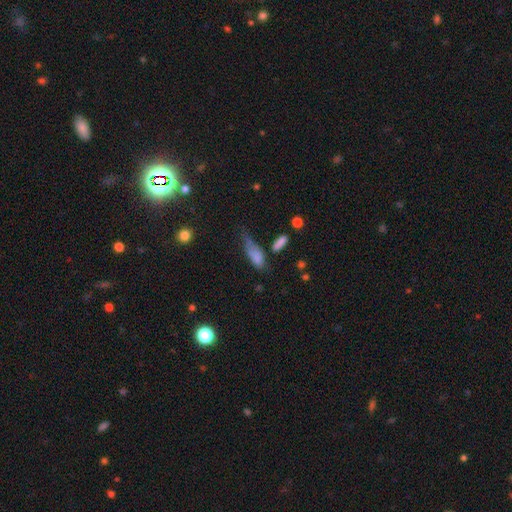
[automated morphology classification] smooth_or_featured: smooth (p=0.73) [alt: featured or disk p=0.15]
how_rounded: in between (p=0.73) [alt: cigar-shaped p=0.22]
merging: major disturbance (p=0.37) [alt: minor disturbance p=0.30]